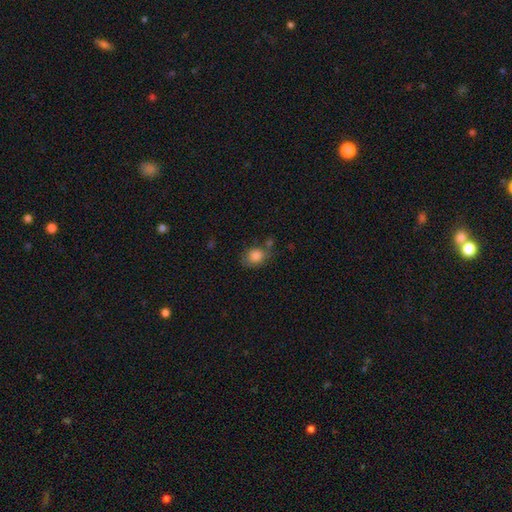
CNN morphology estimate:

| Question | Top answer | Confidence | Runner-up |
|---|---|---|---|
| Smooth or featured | smooth | 85% | star or artifact (9%) |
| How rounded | round | 55% | in between (44%) |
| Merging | none | 63% | minor disturbance (20%) |